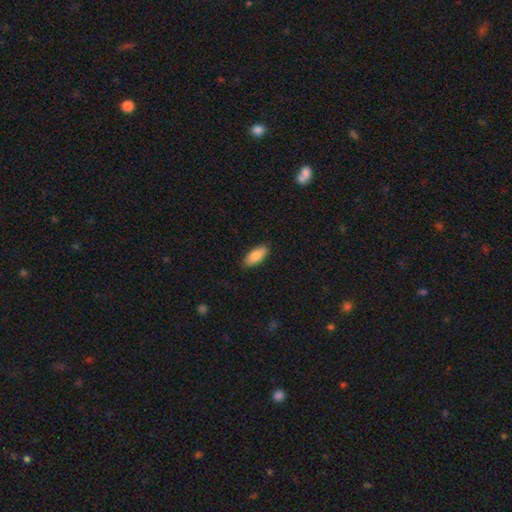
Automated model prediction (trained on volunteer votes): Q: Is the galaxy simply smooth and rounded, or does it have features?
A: smooth — 85%.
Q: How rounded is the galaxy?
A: in between — 83%.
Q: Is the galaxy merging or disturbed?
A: none — 87%.